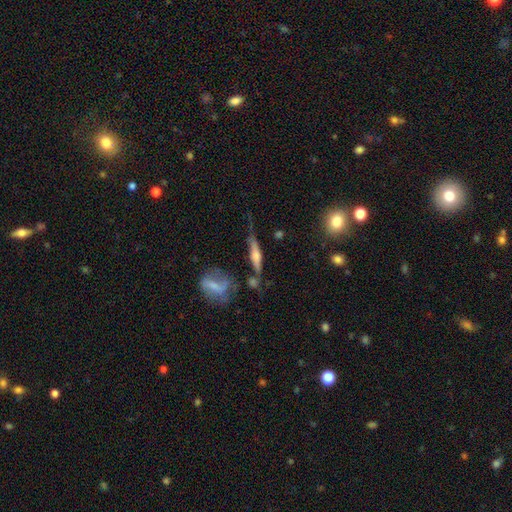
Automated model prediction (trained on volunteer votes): A featured or disk galaxy (62%) viewed edge-on (90%) with a rounded central bulge (79%). Merging: none (62%).